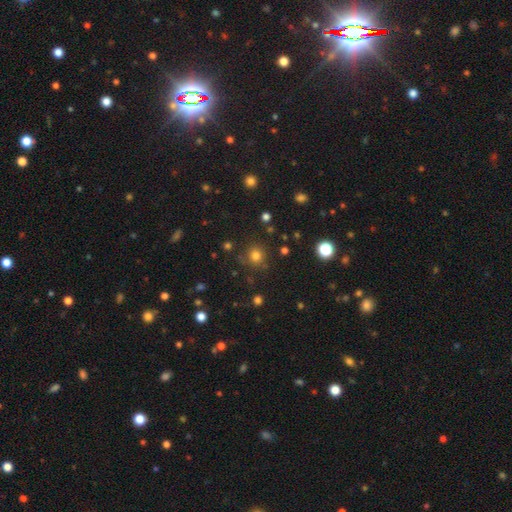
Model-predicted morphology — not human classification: A smooth galaxy with no disk features (77%) that is round (91%). Merging: none (83%).